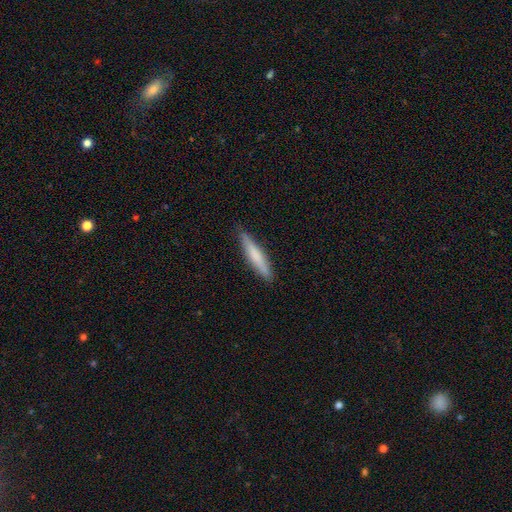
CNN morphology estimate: Smooth or featured? Predicted: smooth (p=0.69). How rounded? Predicted: cigar-shaped (p=0.90). Merging? Predicted: none (p=0.87).